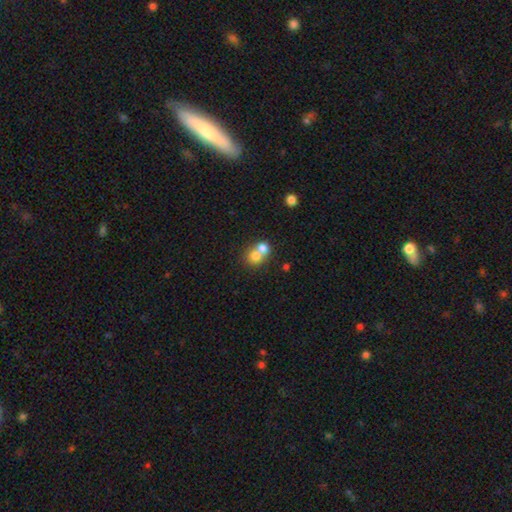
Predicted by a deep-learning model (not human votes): This is likely a smooth galaxy (74%). How rounded: likely round (79%). Merging: likely merger (64%).